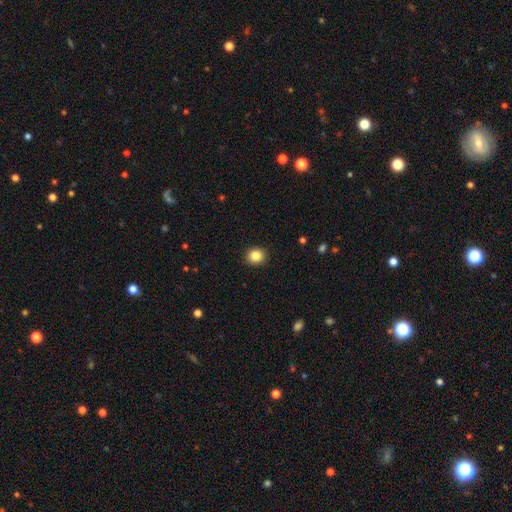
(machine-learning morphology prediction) Smooth or featured? Predicted: smooth (p=0.85). How rounded? Predicted: round (p=0.82). Merging? Predicted: none (p=0.92).